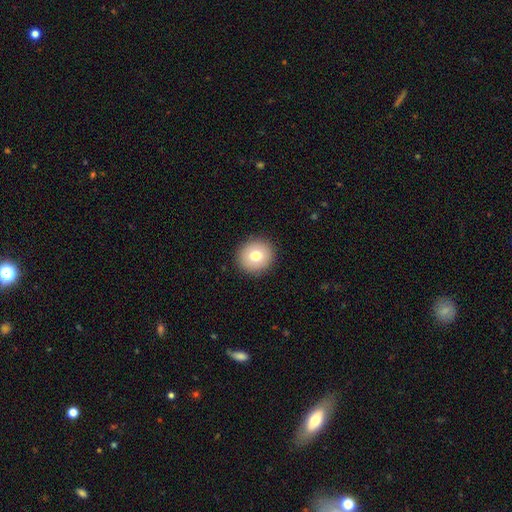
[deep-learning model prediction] smooth-or-featured: smooth: 75% | featured or disk: 15% | star or artifact: 10%
  how-rounded: round: 89% | in between: 10% | cigar-shaped: 1%
  merging: none: 92% | minor disturbance: 6% | major disturbance: 2% | merger: 1%